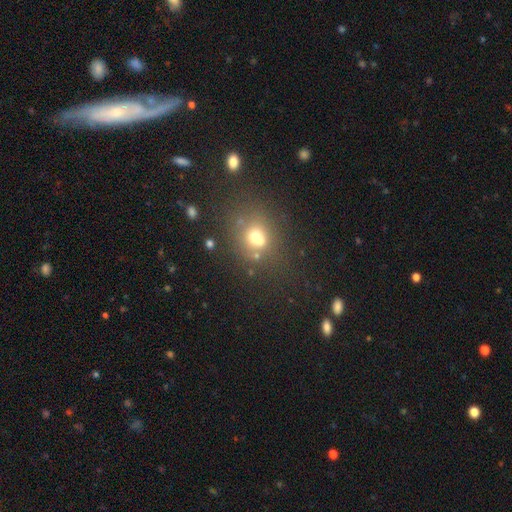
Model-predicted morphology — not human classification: Smooth or featured: smooth — 60% (star or artifact — 27%)
How rounded: round — 65% (in between — 34%)
Merging: none — 67% (merger — 14%)